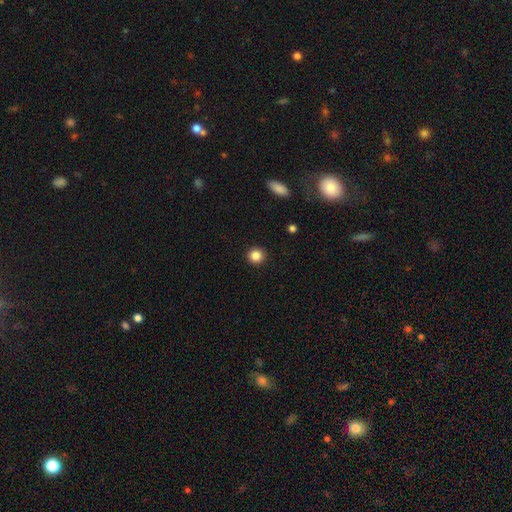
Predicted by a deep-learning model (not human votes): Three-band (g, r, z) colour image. It shows a smooth galaxy with no disk features (86%) that is round (94%). Merging: none (93%).